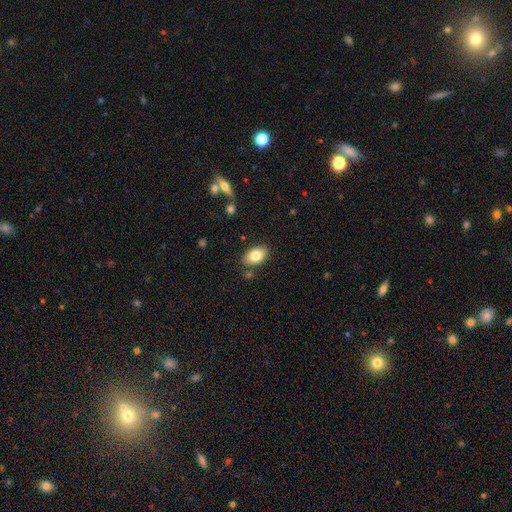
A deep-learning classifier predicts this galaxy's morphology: type=smooth (81%); roundness=in between (90%); merging=none (83%).